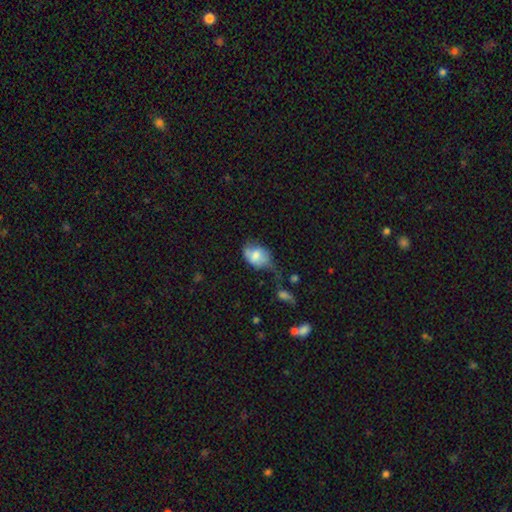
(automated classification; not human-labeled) smooth-or-featured: smooth: 63% | featured or disk: 29% | star or artifact: 8%
  how-rounded: in between: 73% | round: 26% | cigar-shaped: 1%
  merging: minor disturbance: 32% | major disturbance: 29% | none: 28% | merger: 11%